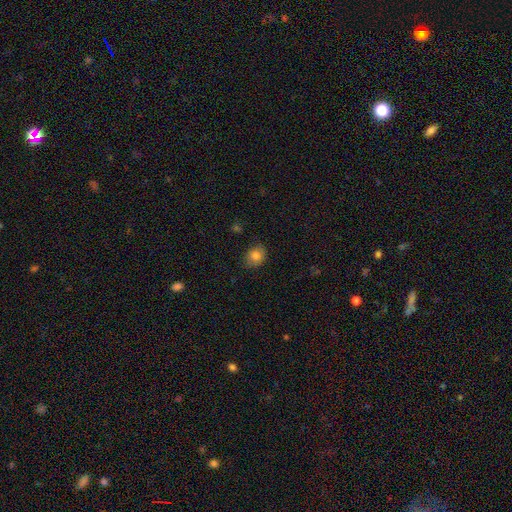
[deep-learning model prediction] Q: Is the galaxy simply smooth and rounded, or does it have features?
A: smooth — 80%.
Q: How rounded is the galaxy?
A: round — 54%.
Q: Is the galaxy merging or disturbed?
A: none — 81%.